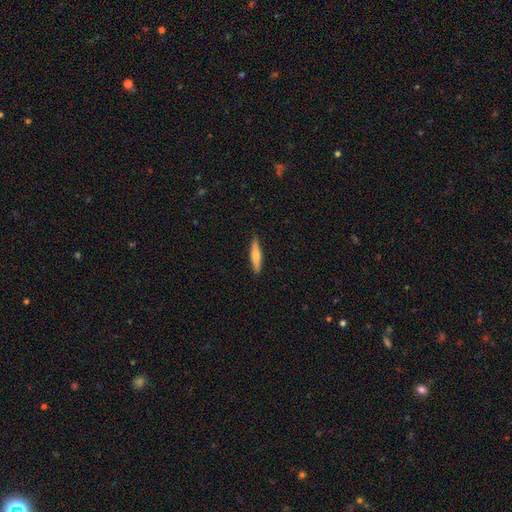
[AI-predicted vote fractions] smooth 55%, featured or disk 39%, star or artifact 6%. Down the decision tree: how rounded — cigar-shaped (85%); merging — none (90%).